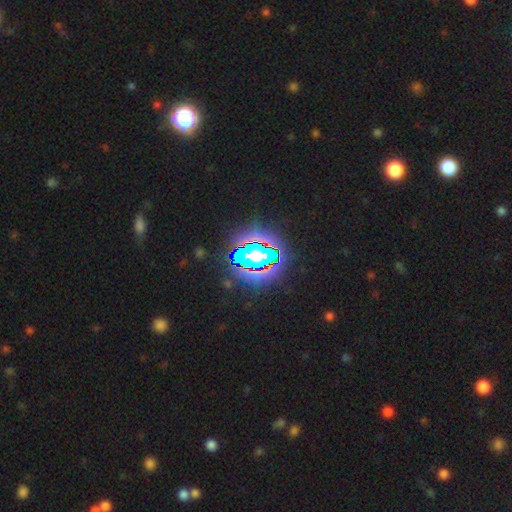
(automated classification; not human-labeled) Morphology: type=star or artifact (67%).